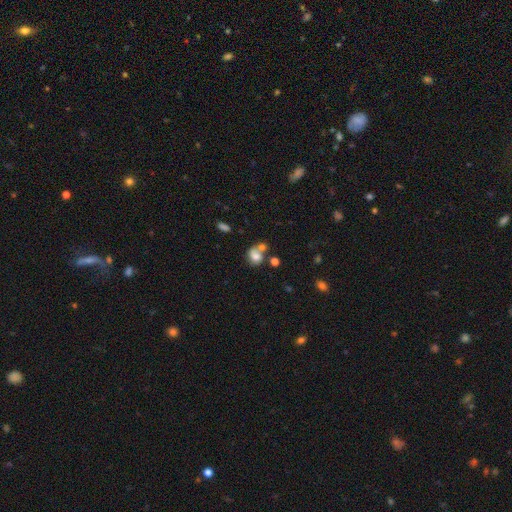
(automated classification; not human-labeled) smooth_or_featured: smooth (p=0.70) [alt: featured or disk p=0.18]
how_rounded: round (p=0.56) [alt: in between p=0.42]
merging: merger (p=0.45) [alt: none p=0.32]